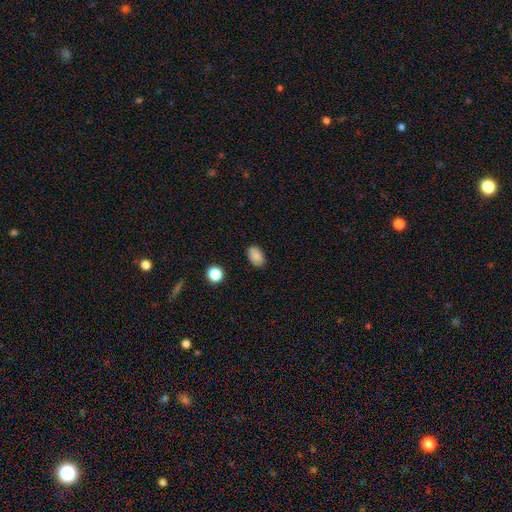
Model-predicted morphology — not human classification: Overall: smooth (86%). How rounded: in between (87%). Merging: none (85%).